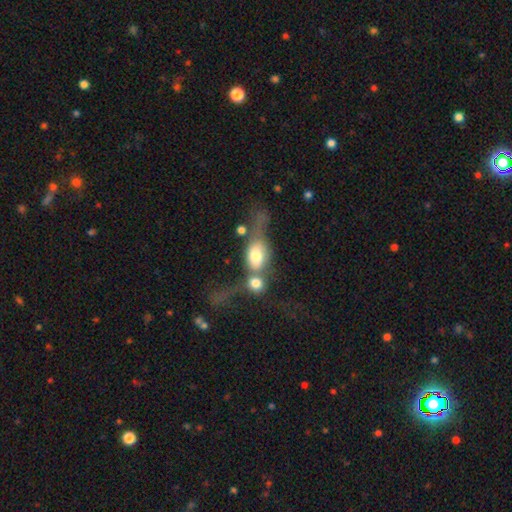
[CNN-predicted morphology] This appears to be a smooth galaxy with no disk features (57%) that is in between round and cigar-shaped (64%). Merging: merger (58%).